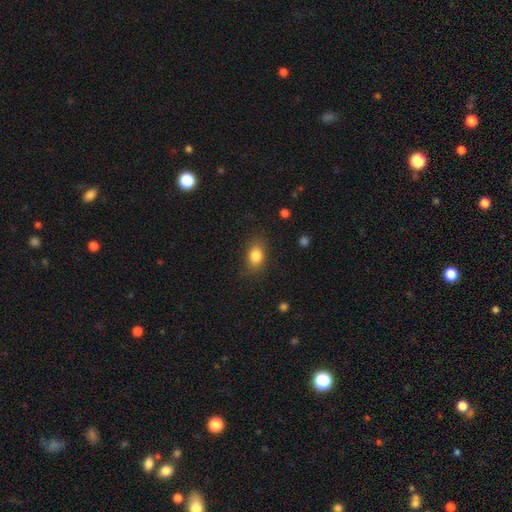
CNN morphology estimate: A smooth galaxy with no disk features (84%) that is in between round and cigar-shaped (76%). Merging: none (81%).